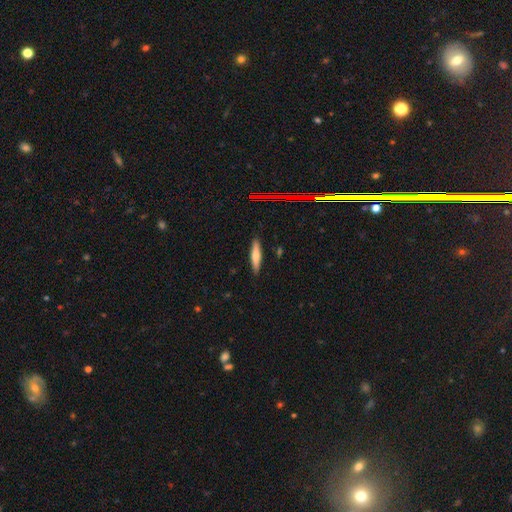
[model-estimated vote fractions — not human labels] Smooth or featured? smooth (68%)
How rounded? cigar-shaped (85%)
Merging? none (88%)